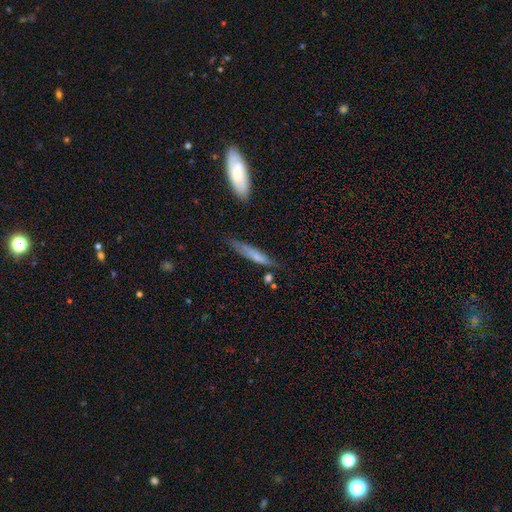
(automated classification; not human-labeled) smooth 65%, featured or disk 28%, star or artifact 7%. Down the decision tree: how rounded — cigar-shaped (85%); merging — none (61%).